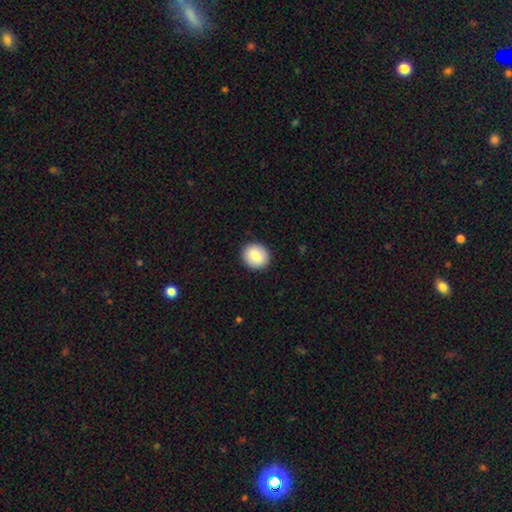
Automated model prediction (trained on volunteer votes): smooth-or-featured: smooth: 85% | featured or disk: 8% | star or artifact: 7%
  how-rounded: round: 72% | in between: 27% | cigar-shaped: 1%
  merging: none: 91% | minor disturbance: 7% | major disturbance: 2% | merger: 1%